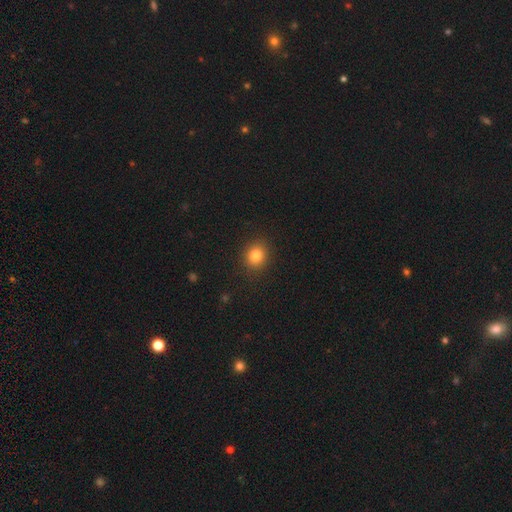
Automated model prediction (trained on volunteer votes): smooth-or-featured: smooth: 82% | star or artifact: 12% | featured or disk: 6%
  how-rounded: round: 72% | in between: 27% | cigar-shaped: 1%
  merging: none: 90% | minor disturbance: 7% | major disturbance: 2% | merger: 1%